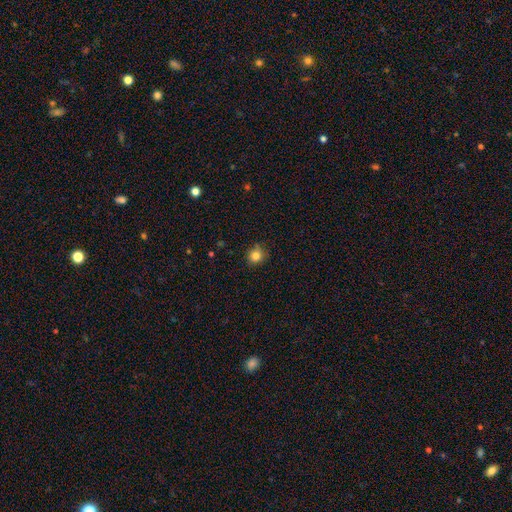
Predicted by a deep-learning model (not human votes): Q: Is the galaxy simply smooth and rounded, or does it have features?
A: smooth — 81%.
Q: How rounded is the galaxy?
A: round — 83%.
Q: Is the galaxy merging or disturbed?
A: none — 77%.